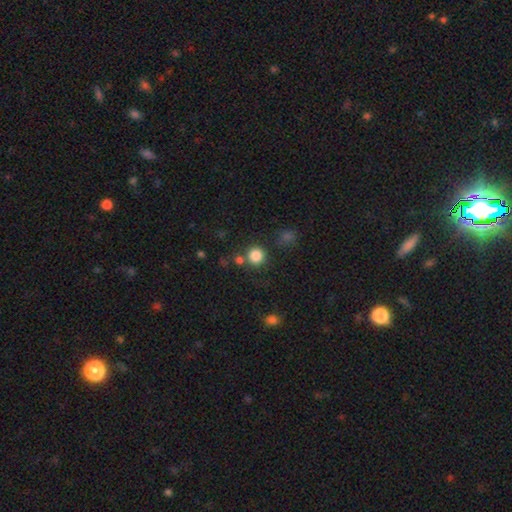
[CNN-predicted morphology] smooth-or-featured: smooth: 84% | star or artifact: 12% | featured or disk: 4%
  how-rounded: round: 93% | in between: 6% | cigar-shaped: 1%
  merging: none: 79% | merger: 10% | minor disturbance: 8% | major disturbance: 3%